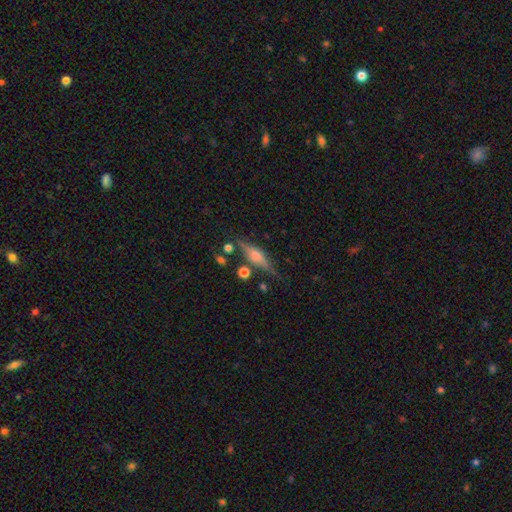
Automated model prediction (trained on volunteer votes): A featured or disk galaxy (66%) viewed edge-on (95%) with a rounded central bulge (80%).

Vote fractions:
- Smooth or featured? featured or disk: 66% / smooth: 25% / star or artifact: 9%
- Edge-on disk? yes: 95% / no: 5%
- Edge-on bulge? rounded: 80% / boxy: 14% / none: 6%
- Merging? none: 78% / minor disturbance: 13% / merger: 5% / major disturbance: 4%